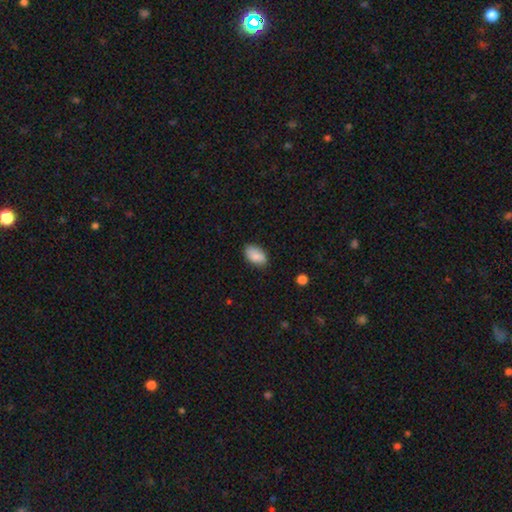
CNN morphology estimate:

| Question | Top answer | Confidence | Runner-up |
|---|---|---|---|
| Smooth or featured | smooth | 87% | star or artifact (7%) |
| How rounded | in between | 92% | round (6%) |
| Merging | none | 78% | minor disturbance (17%) |